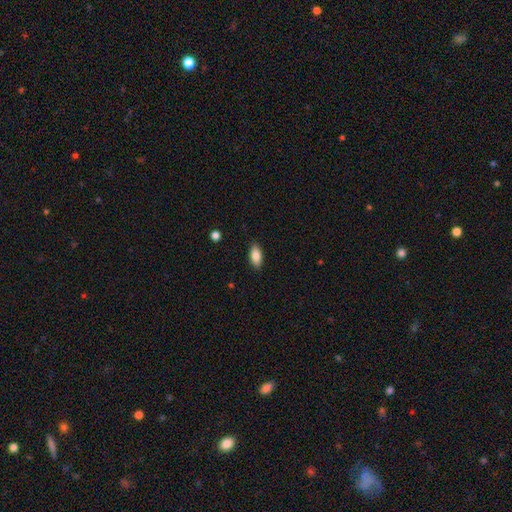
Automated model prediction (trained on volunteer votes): Smooth or featured? smooth (84%)
How rounded? in between (87%)
Merging? none (88%)